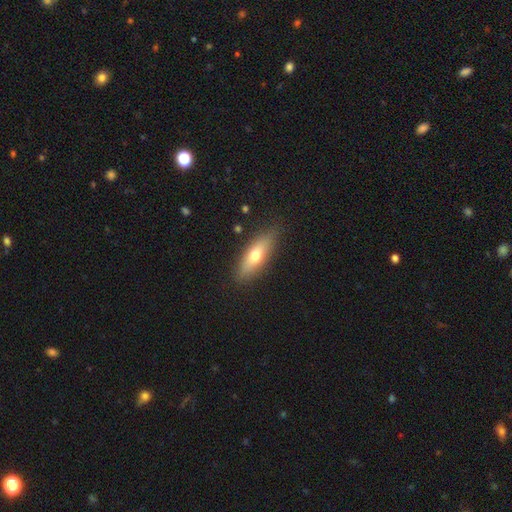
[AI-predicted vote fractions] smooth-or-featured: smooth: 62% | featured or disk: 31% | star or artifact: 7%
  how-rounded: in between: 55% | cigar-shaped: 42% | round: 3%
  merging: none: 85% | minor disturbance: 11% | major disturbance: 3% | merger: 1%